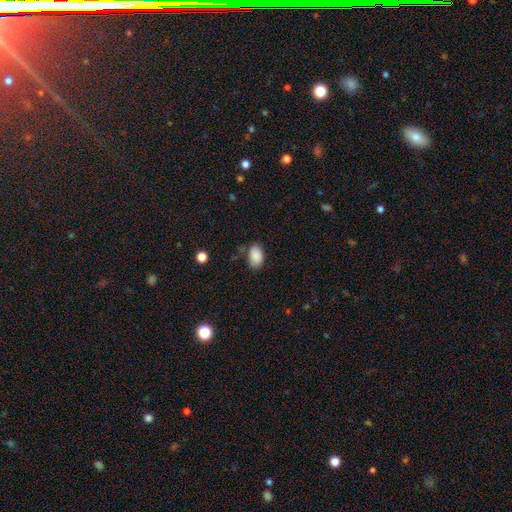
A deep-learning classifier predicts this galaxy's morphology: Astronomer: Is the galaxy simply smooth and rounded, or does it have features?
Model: smooth — 88%.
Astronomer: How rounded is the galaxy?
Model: in between — 88%.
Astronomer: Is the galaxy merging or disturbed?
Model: none — 72%.